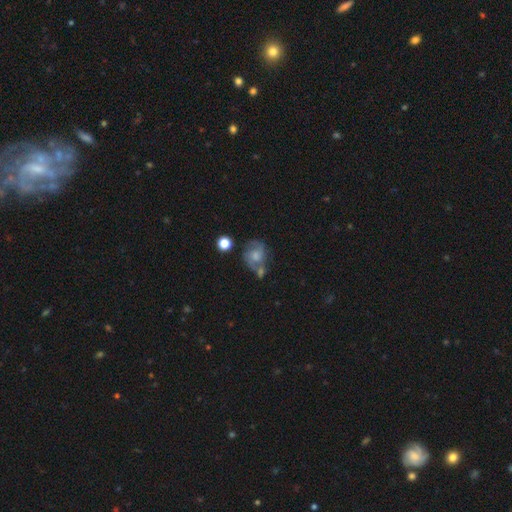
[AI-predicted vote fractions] Smooth or featured: featured or disk — 54% (smooth — 36%)
Edge-on disk: no — 97% (yes — 3%)
Bar: no — 69% (weak — 26%)
Spiral arms: yes — 80% (no — 20%)
Bulge size: moderate — 34% (small — 29%)
Merging: none — 41% (minor disturbance — 23%)